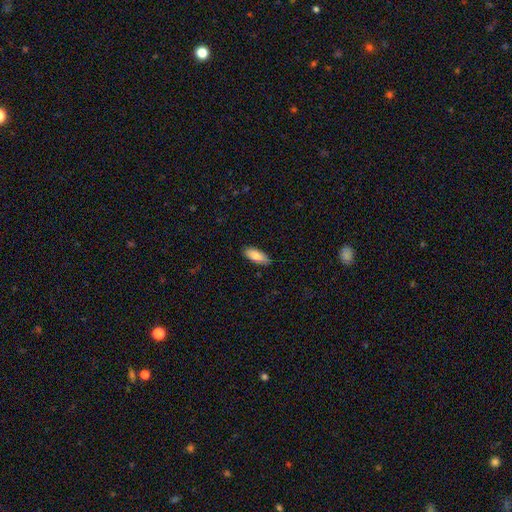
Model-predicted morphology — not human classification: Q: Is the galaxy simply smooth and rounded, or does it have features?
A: smooth — 85%.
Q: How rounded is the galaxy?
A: in between — 75%.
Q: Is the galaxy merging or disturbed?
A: none — 85%.